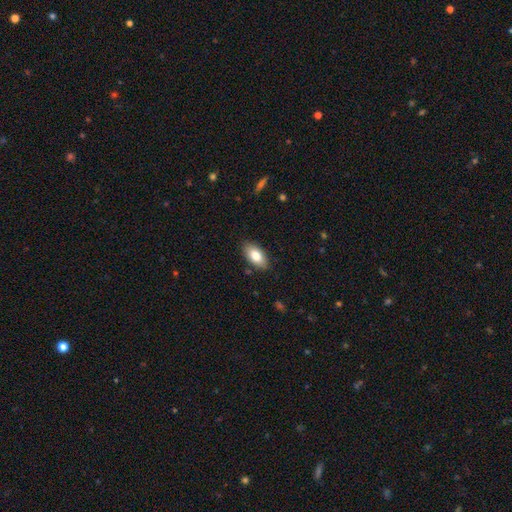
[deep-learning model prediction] smooth-or-featured: smooth: 80% | featured or disk: 13% | star or artifact: 7%
  how-rounded: in between: 92% | cigar-shaped: 4% | round: 3%
  merging: none: 86% | minor disturbance: 11% | major disturbance: 2% | merger: 1%